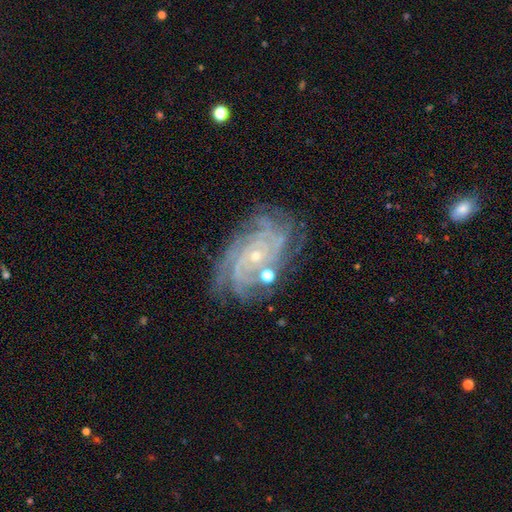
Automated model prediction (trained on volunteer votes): smooth-or-featured: featured or disk: 88% | star or artifact: 7% | smooth: 5%
  disk-edge-on: no: 97% | yes: 3%
    bar: no: 72% | weak: 20% | strong: 7%
    has-spiral-arms: yes: 98% | no: 2%
      spiral-winding: tight: 76% | medium: 20% | loose: 4%
      spiral-arm-count: 4: 26% | more than 4: 25% | can't tell: 21% | 3: 12% | 2: 9% | 1: 7%
    bulge-size: small: 83% | moderate: 13% | none: 2% | large: 1% | dominant: 1%
  merging: none: 75% | minor disturbance: 16% | major disturbance: 6% | merger: 3%